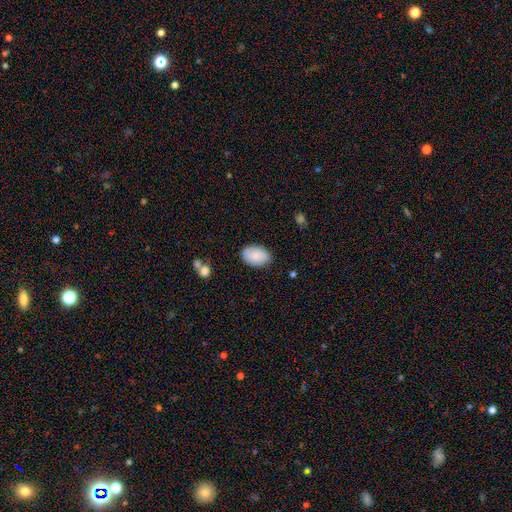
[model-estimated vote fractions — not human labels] This appears to be a smooth galaxy with no disk features (83%) that is in between round and cigar-shaped (89%). Merging: none (81%).